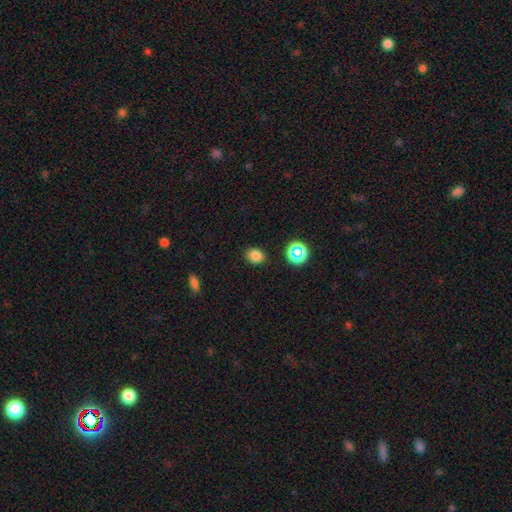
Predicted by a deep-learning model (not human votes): smooth 80%, star or artifact 15%, featured or disk 5%. Down the decision tree: how rounded — in between (50%); merging — none (87%).